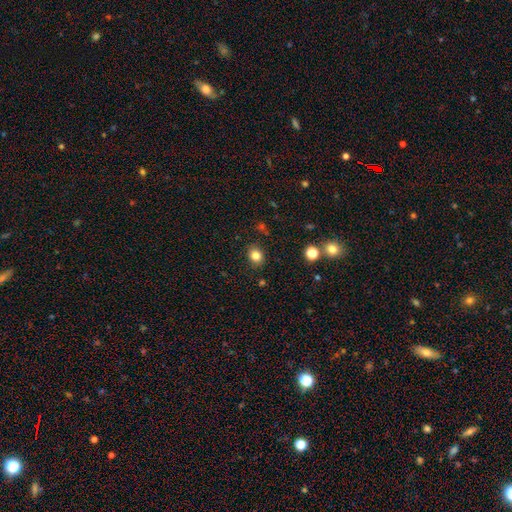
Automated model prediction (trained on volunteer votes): smooth_or_featured: smooth (p=0.82) [alt: star or artifact p=0.12]
how_rounded: round (p=0.61) [alt: in between p=0.38]
merging: none (p=0.86) [alt: minor disturbance p=0.10]